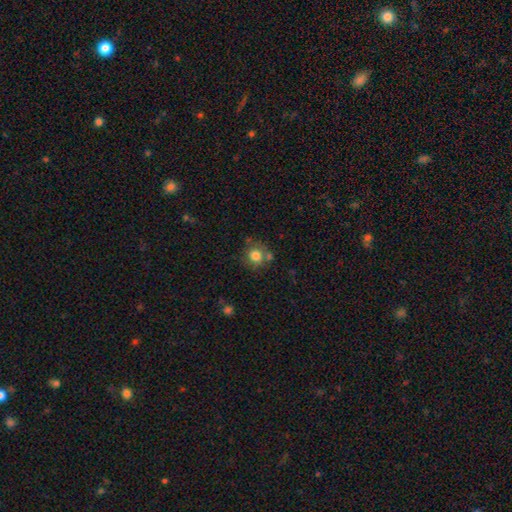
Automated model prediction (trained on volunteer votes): Smooth or featured?
  - smooth: 80% *
  - star or artifact: 11%
  - featured or disk: 9%
How rounded?
  - round: 84% *
  - in between: 15%
  - cigar-shaped: 1%
Merging?
  - none: 66% *
  - minor disturbance: 15%
  - merger: 14%
  - major disturbance: 5%